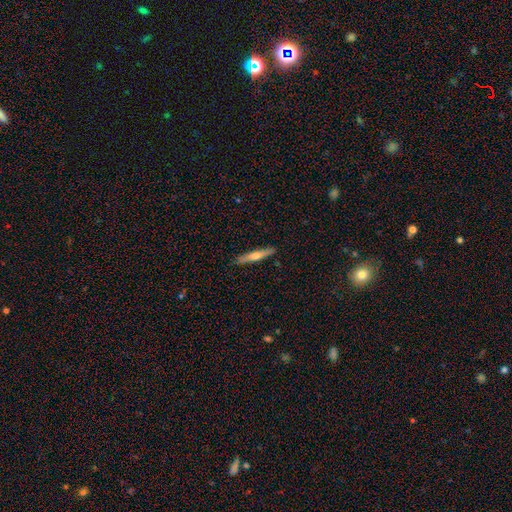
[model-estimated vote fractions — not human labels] The model was most divided on "smooth or featured": smooth: 48%, featured or disk: 46%, star or artifact: 6%. More confident: merging — none (90%).